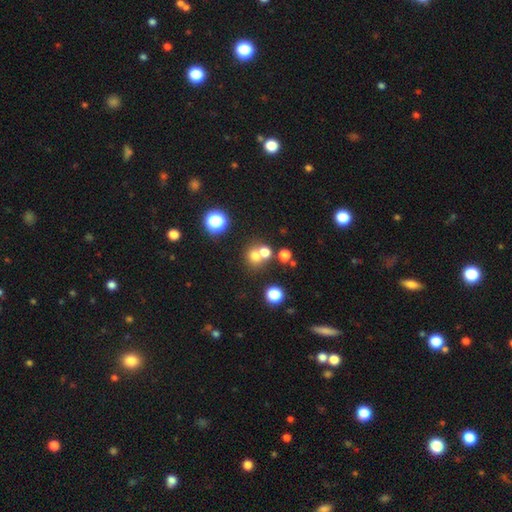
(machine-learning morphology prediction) A smooth galaxy with no disk features (69%) that is round (82%).

Vote fractions:
- Smooth or featured? smooth: 69% / star or artifact: 20% / featured or disk: 11%
- How rounded? round: 82% / in between: 17% / cigar-shaped: 1%
- Merging? none: 49% / merger: 41% / minor disturbance: 7% / major disturbance: 3%